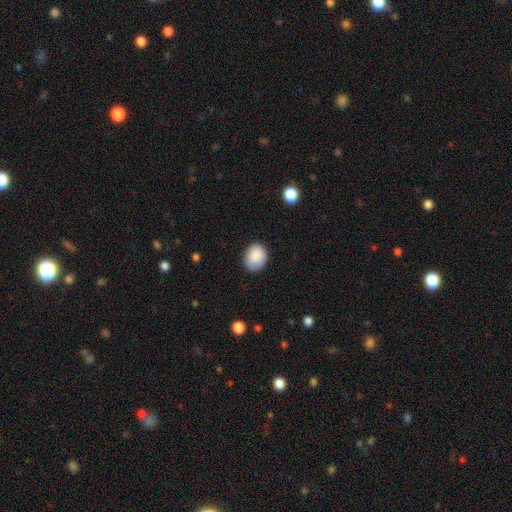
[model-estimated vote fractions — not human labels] Smooth or featured? smooth (87%)
How rounded? in between (50%)
Merging? none (80%)